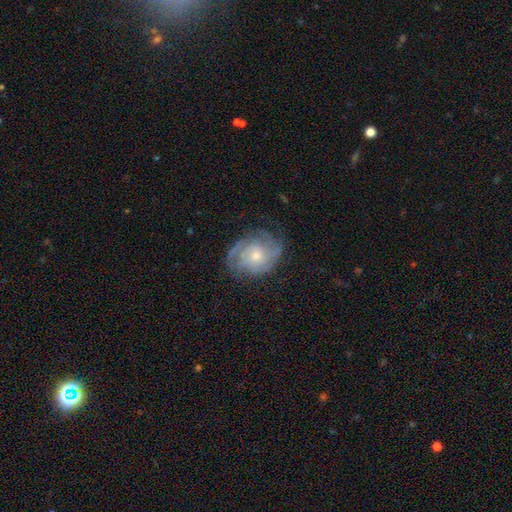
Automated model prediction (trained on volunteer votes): Smooth or featured? Predicted: featured or disk (p=0.74). Edge-on disk? Predicted: no (p=0.97). Bar? Predicted: no (p=0.77). Spiral arms? Predicted: yes (p=0.90). Spiral winding? Predicted: tight (p=0.54). Spiral arm count? Predicted: can't tell (p=0.36). Bulge size? Predicted: moderate (p=0.53). Merging? Predicted: none (p=0.69).